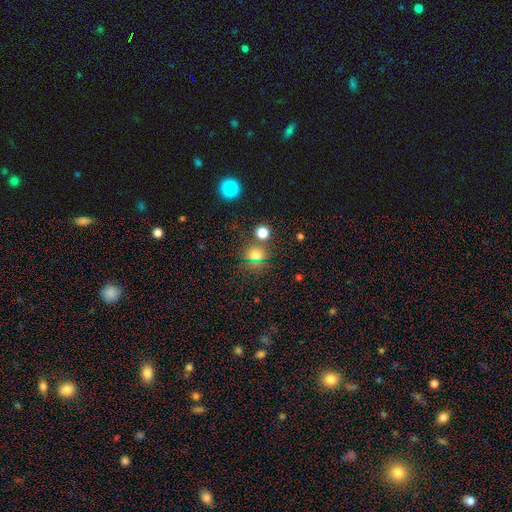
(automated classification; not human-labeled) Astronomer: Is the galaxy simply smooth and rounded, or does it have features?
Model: smooth — 63%.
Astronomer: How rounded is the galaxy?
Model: round — 90%.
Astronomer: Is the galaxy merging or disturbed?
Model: none — 77%.